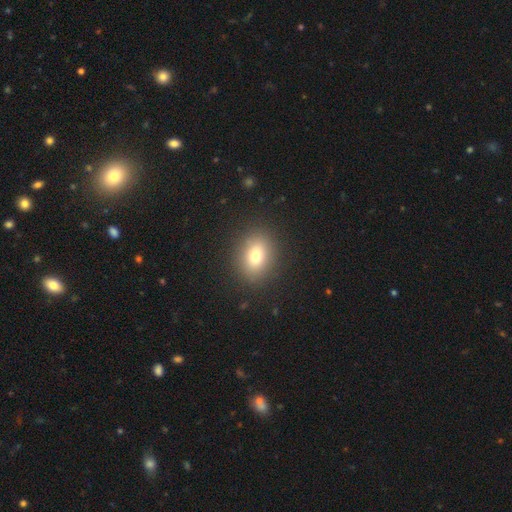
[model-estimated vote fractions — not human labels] Smooth or featured? smooth (74%)
How rounded? round (52%)
Merging? none (88%)